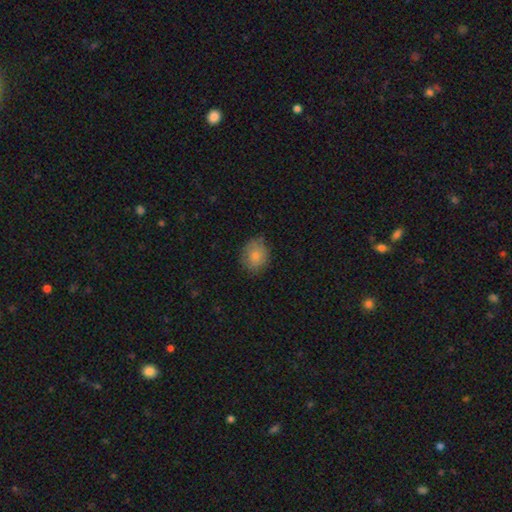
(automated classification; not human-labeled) smooth_or_featured: smooth (p=0.80) [alt: featured or disk p=0.12]
how_rounded: round (p=0.66) [alt: in between p=0.33]
merging: none (p=0.73) [alt: minor disturbance p=0.21]